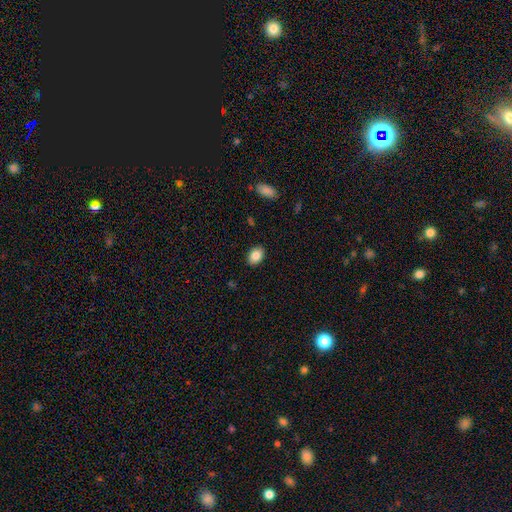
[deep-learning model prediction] Smooth or featured?
  - smooth: 86% *
  - star or artifact: 8%
  - featured or disk: 6%
How rounded?
  - in between: 78% *
  - round: 21%
  - cigar-shaped: 1%
Merging?
  - none: 89% *
  - minor disturbance: 8%
  - major disturbance: 2%
  - merger: 1%